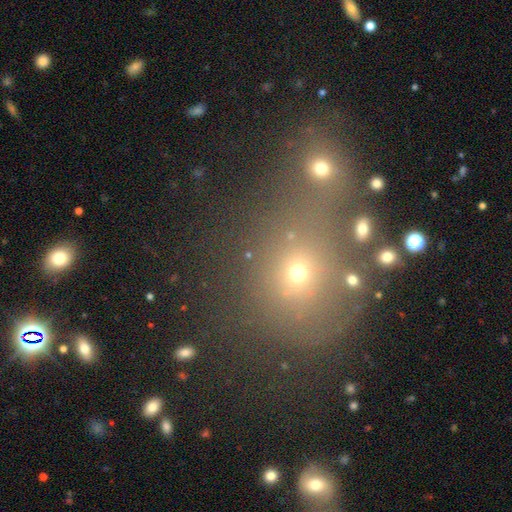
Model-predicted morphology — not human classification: smooth_or_featured: smooth (p=0.49) [alt: star or artifact p=0.38]
merging: none (p=0.53) [alt: merger p=0.30]